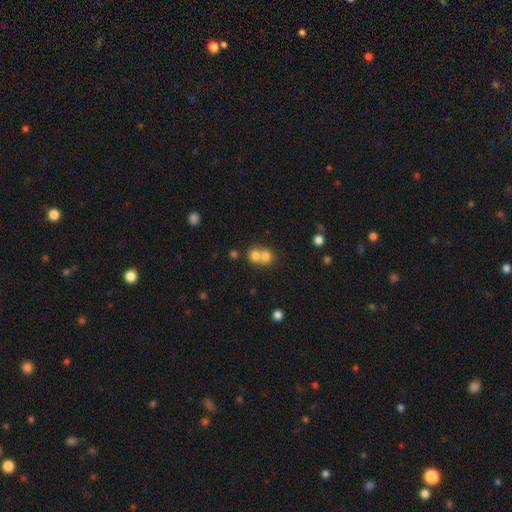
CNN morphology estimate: Overall: smooth (73%). How rounded: round (78%). Merging: merger (64%; none 29%).